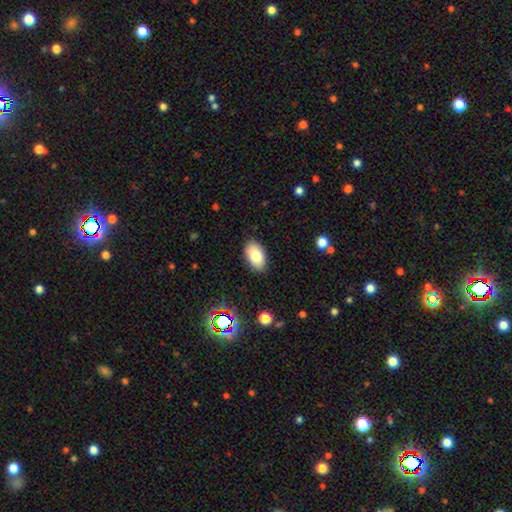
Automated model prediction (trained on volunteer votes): Smooth or featured? smooth (80%)
How rounded? in between (93%)
Merging? none (87%)